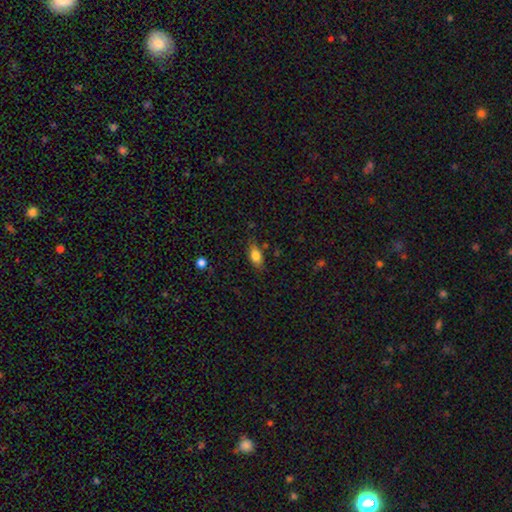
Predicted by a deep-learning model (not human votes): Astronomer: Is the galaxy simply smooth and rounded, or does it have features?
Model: smooth — 78%.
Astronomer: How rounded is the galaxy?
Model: in between — 83%.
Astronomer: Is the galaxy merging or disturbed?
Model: none — 77%.